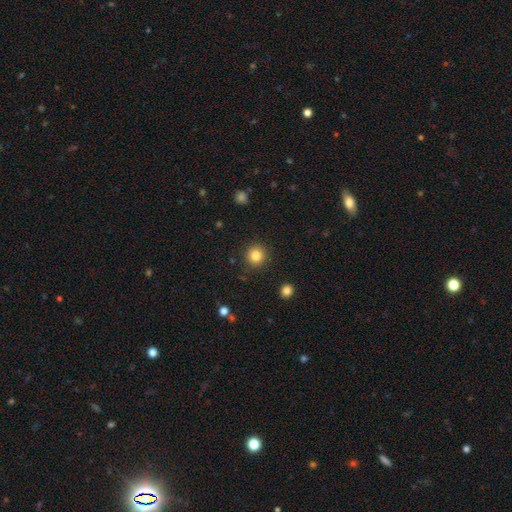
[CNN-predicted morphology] smooth_or_featured: smooth (p=0.84) [alt: star or artifact p=0.11]
how_rounded: round (p=0.93) [alt: in between p=0.06]
merging: none (p=0.90) [alt: minor disturbance p=0.06]